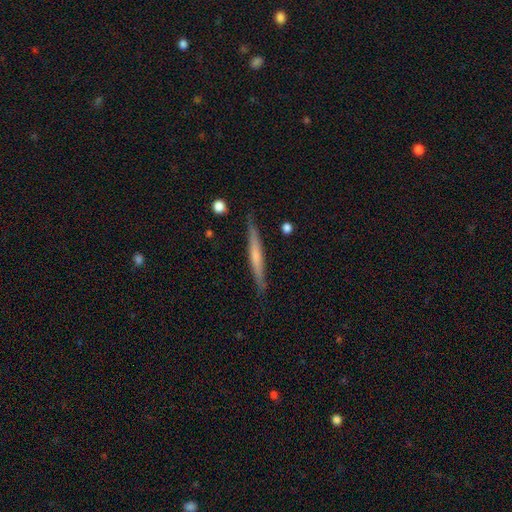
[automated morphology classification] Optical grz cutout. It shows a featured or disk galaxy (51%) viewed edge-on (96%). Merging: none (88%).